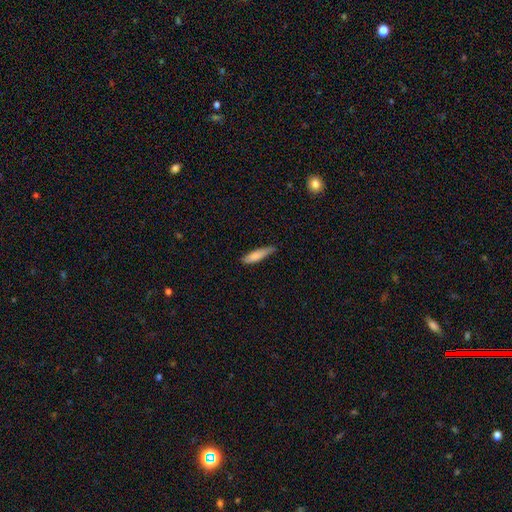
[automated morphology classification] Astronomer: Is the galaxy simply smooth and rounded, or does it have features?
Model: smooth — 79%.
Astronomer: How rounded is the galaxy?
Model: cigar-shaped — 77%.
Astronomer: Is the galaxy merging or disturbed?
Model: none — 64%.